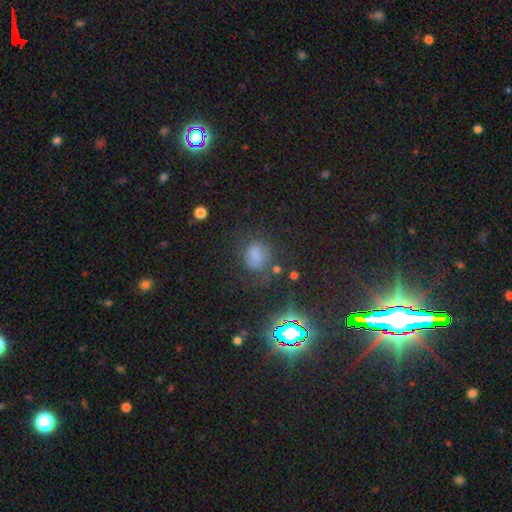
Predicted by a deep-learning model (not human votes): Q: Smooth or featured?
A: smooth (61%); runner-up: star or artifact (25%)
Q: How rounded?
A: in between (53%); runner-up: round (45%)
Q: Merging?
A: none (64%); runner-up: minor disturbance (20%)